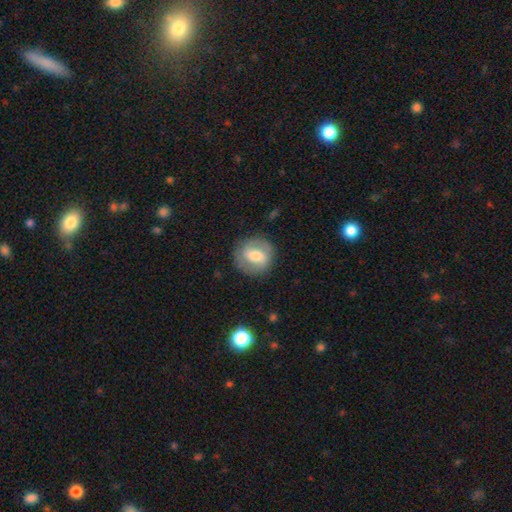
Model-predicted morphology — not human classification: Q: Smooth or featured?
A: featured or disk (52%); runner-up: smooth (41%)
Q: Edge-on disk?
A: no (96%); runner-up: yes (4%)
Q: Bar?
A: weak (46%); runner-up: strong (31%)
Q: Spiral arms?
A: yes (68%); runner-up: no (32%)
Q: Bulge size?
A: moderate (62%); runner-up: small (21%)
Q: Merging?
A: none (83%); runner-up: minor disturbance (11%)